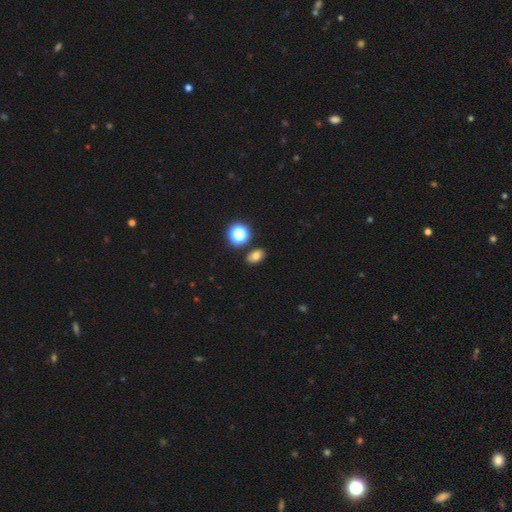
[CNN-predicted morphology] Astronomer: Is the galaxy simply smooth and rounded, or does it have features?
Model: smooth — 72%.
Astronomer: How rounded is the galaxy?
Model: in between — 77%.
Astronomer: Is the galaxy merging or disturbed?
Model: none — 82%.